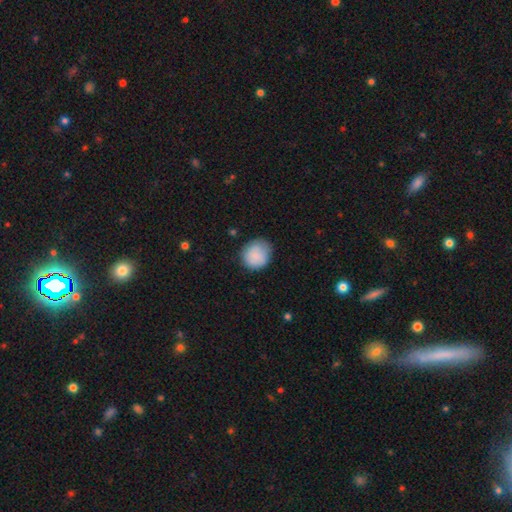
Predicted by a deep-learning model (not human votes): A smooth galaxy with no disk features (87%) that is round (79%). Merging: none (76%).